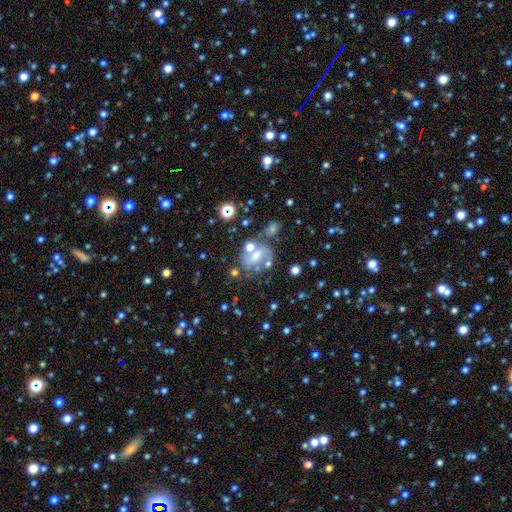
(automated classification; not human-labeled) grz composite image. It shows a featured or disk galaxy (50%). Merging: none (41%).